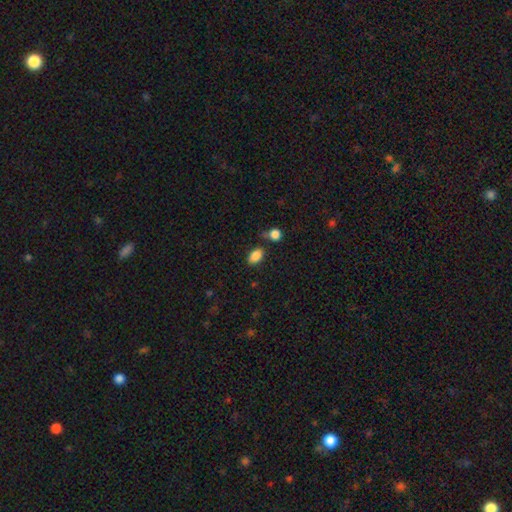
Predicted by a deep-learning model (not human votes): The model was most divided on "merging": none: 70%, minor disturbance: 14%, merger: 12%, major disturbance: 4%. More confident: how rounded — in between (87%); smooth or featured — smooth (86%).